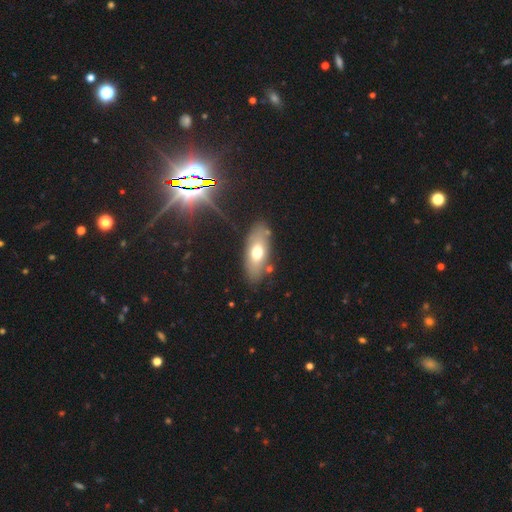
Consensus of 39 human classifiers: smooth 85%, featured or disk 10%, star or artifact 5%. Down the decision tree: how rounded — in between (82%); merging — none (84%).